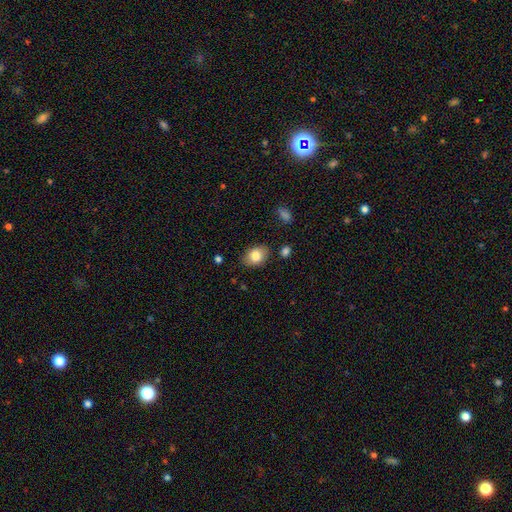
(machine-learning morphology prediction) This is clearly a smooth galaxy (83%). How rounded: likely in between (74%). Merging: clearly none (81%).